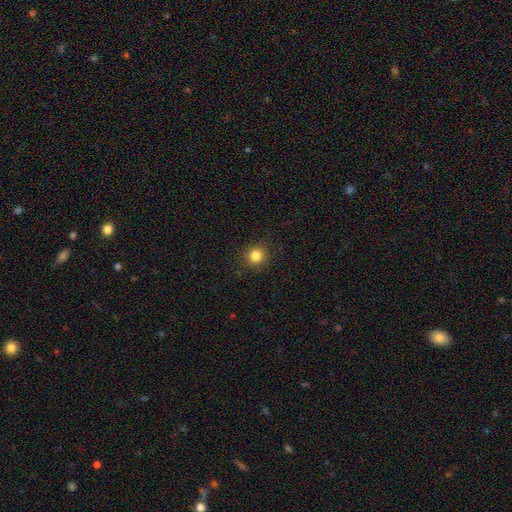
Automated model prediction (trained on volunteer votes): Smooth or featured? smooth (84%)
How rounded? round (91%)
Merging? none (90%)